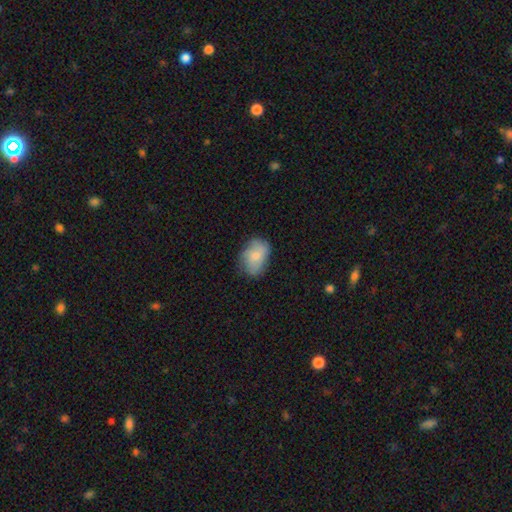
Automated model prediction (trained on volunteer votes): This is likely a smooth galaxy (75%). How rounded: clearly in between (82%). Merging: likely none (63%).